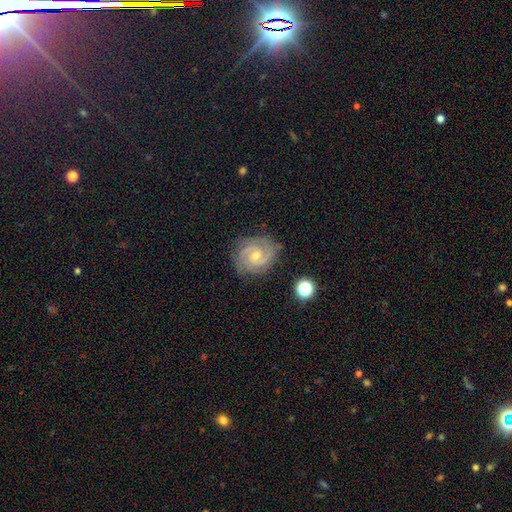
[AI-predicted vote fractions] Smooth or featured: featured or disk — 86% (smooth — 7%)
Edge-on disk: no — 98% (yes — 2%)
Bar: no — 54% (weak — 38%)
Spiral arms: yes — 98% (no — 2%)
Spiral winding: tight — 60% (medium — 35%)
Spiral arm count: 2 — 65% (3 — 19%)
Bulge size: small — 62% (moderate — 35%)
Merging: none — 81% (minor disturbance — 14%)